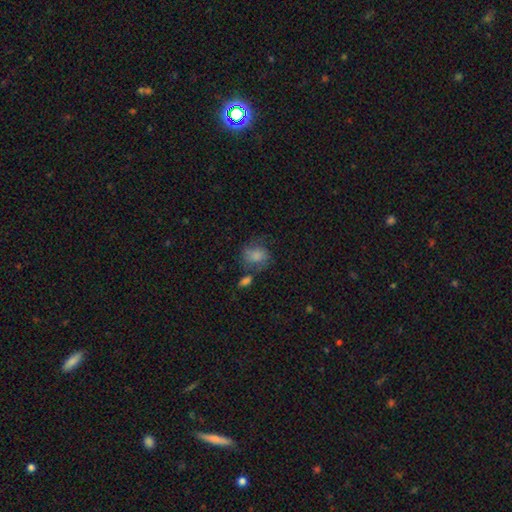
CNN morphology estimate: This is likely a smooth galaxy (72%). How rounded: possibly round (58%). Merging: possibly none (49%).